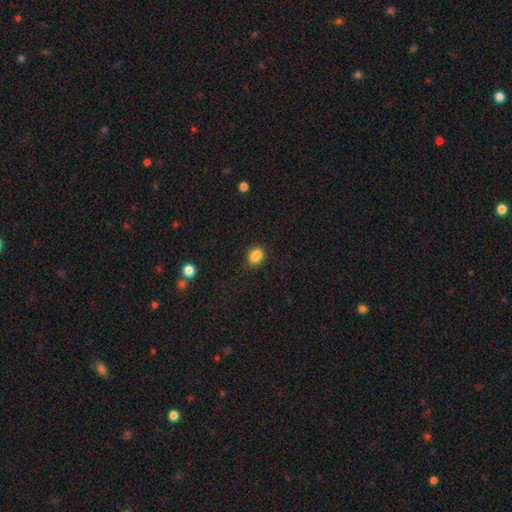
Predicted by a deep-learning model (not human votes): This is clearly a smooth galaxy (87%). How rounded: likely in between (60%). Merging: clearly none (86%).